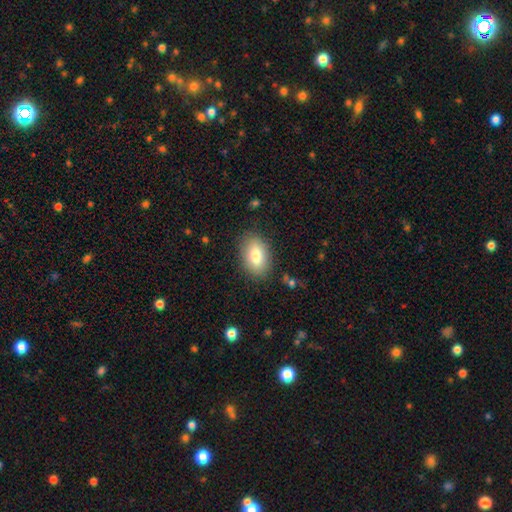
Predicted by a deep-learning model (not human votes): Overall: smooth (80%). How rounded: in between (90%). Merging: none (85%).